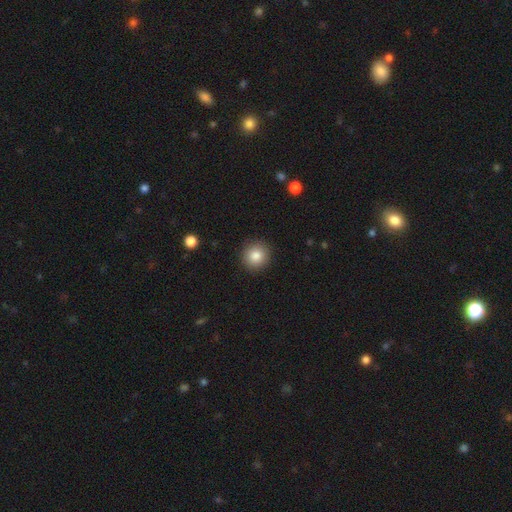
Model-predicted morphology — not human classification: smooth_or_featured: smooth (p=0.84) [alt: star or artifact p=0.10]
how_rounded: round (p=0.92) [alt: in between p=0.07]
merging: none (p=0.91) [alt: minor disturbance p=0.06]